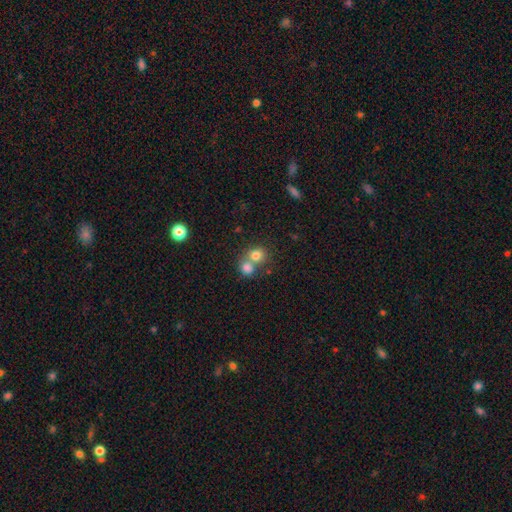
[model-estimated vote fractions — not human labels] Overall: smooth (78%). How rounded: round (77%). Merging: merger (54%; none 37%).